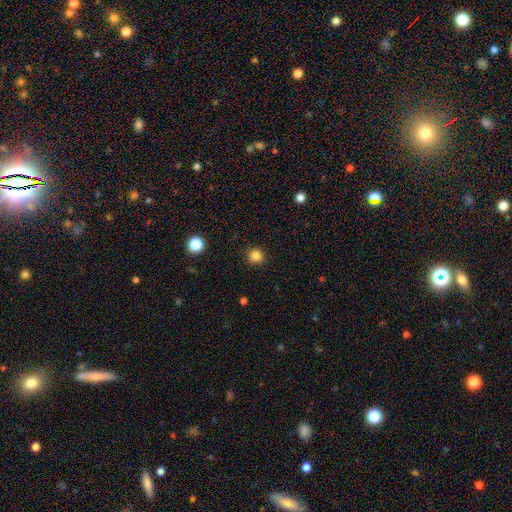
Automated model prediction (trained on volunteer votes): This appears to be a smooth galaxy with no disk features (83%) that is round (93%). Merging: none (90%).